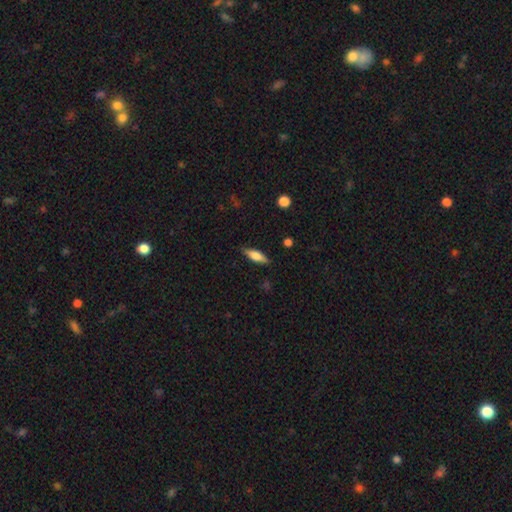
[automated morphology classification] smooth 64%, featured or disk 29%, star or artifact 7%. Down the decision tree: how rounded — in between (52%); merging — none (83%).